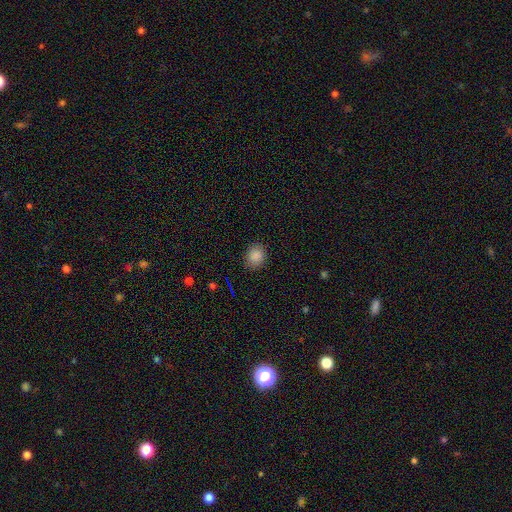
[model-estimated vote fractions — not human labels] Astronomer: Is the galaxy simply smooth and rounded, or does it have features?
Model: smooth — 85%.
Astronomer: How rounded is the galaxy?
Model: round — 63%.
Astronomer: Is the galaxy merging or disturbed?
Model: none — 87%.